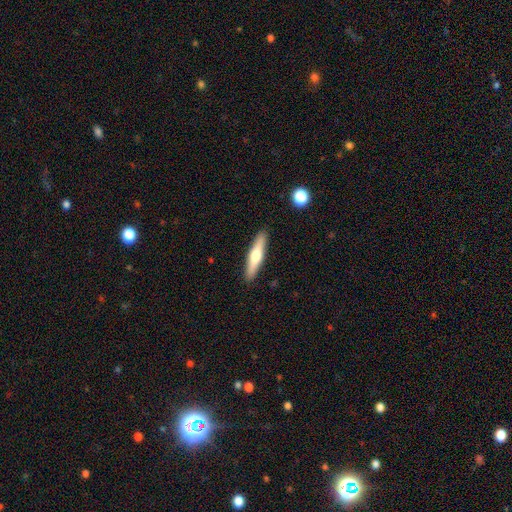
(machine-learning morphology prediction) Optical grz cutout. It shows a smooth galaxy with no disk features (53%) that is cigar-shaped (84%). Merging: none (90%).